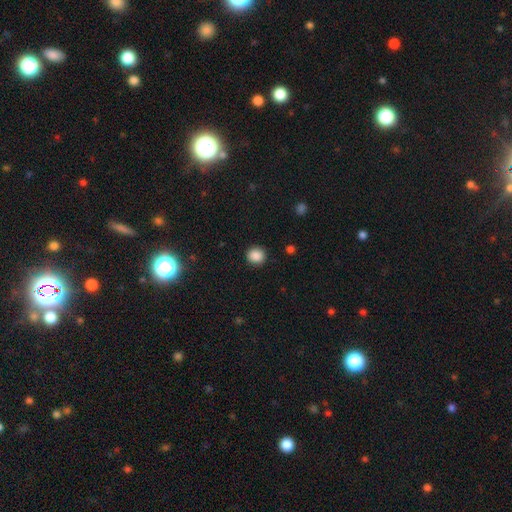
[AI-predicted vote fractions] A smooth galaxy with no disk features (87%) that is round (87%). Merging: none (90%).